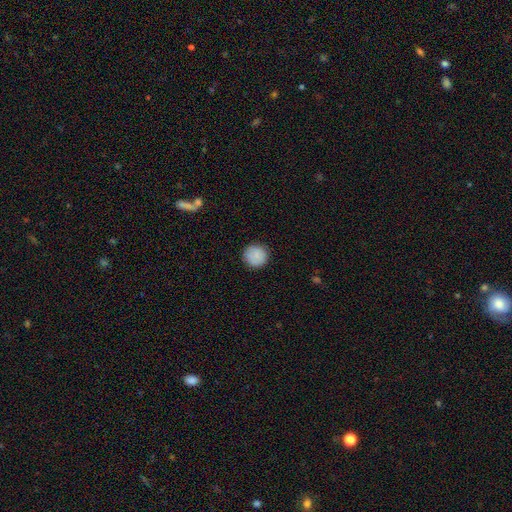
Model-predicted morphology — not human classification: type=smooth (86%); roundness=round (94%); merging=none (90%).